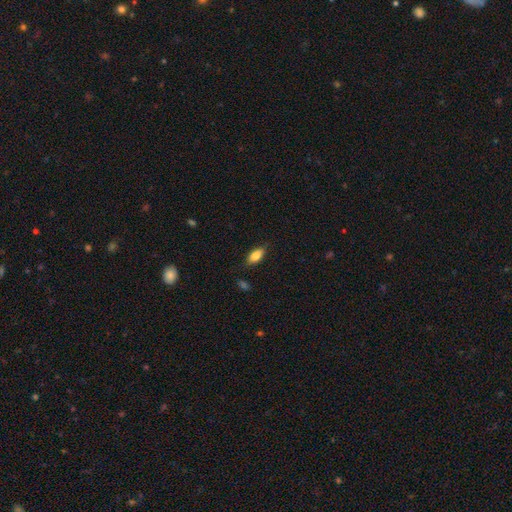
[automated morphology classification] Smooth or featured?
  - smooth: 79% *
  - featured or disk: 13%
  - star or artifact: 7%
How rounded?
  - in between: 84% *
  - cigar-shaped: 13%
  - round: 3%
Merging?
  - none: 81% *
  - minor disturbance: 14%
  - major disturbance: 3%
  - merger: 1%